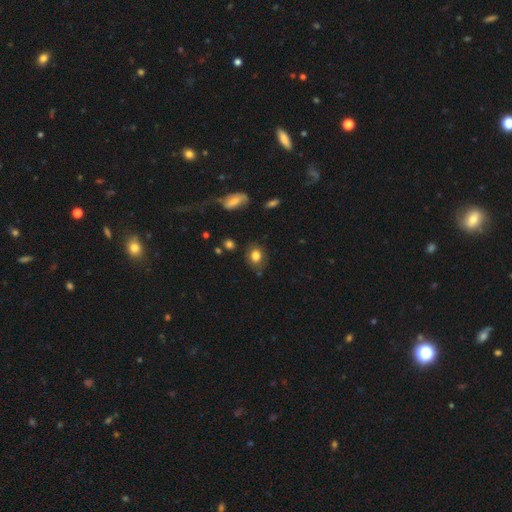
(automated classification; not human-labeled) smooth-or-featured: smooth: 80% | featured or disk: 10% | star or artifact: 10%
  how-rounded: in between: 53% | round: 46% | cigar-shaped: 1%
  merging: none: 74% | minor disturbance: 18% | major disturbance: 5% | merger: 3%